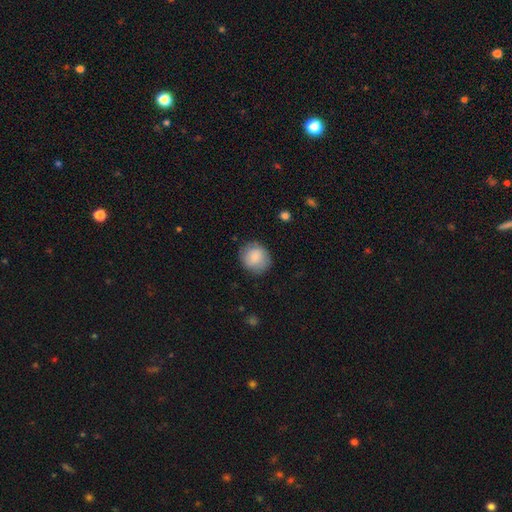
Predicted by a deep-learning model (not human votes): The model was most divided on "merging": none: 80%, minor disturbance: 15%, major disturbance: 4%, merger: 1%. More confident: how rounded — round (83%); smooth or featured — smooth (82%).